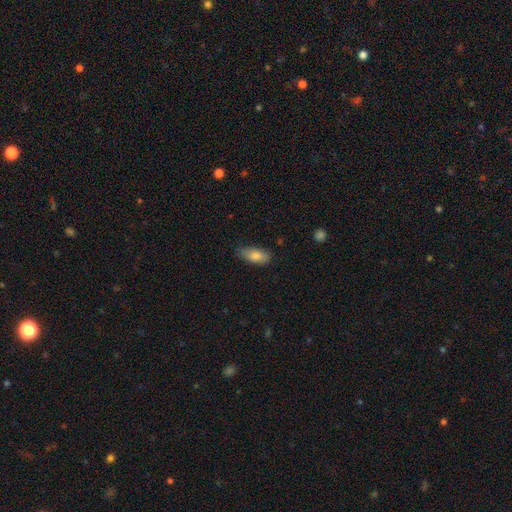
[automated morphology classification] Q: Smooth or featured?
A: smooth (83%); runner-up: featured or disk (11%)
Q: How rounded?
A: in between (86%); runner-up: cigar-shaped (11%)
Q: Merging?
A: none (75%); runner-up: minor disturbance (21%)